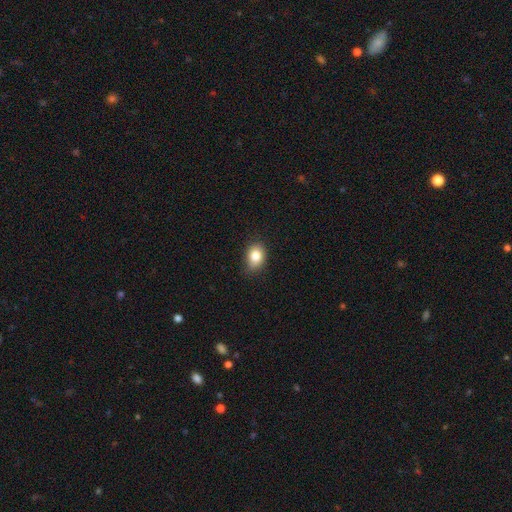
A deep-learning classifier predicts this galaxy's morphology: Overall: smooth (84%). How rounded: in between (61%; round 38%). Merging: none (75%).